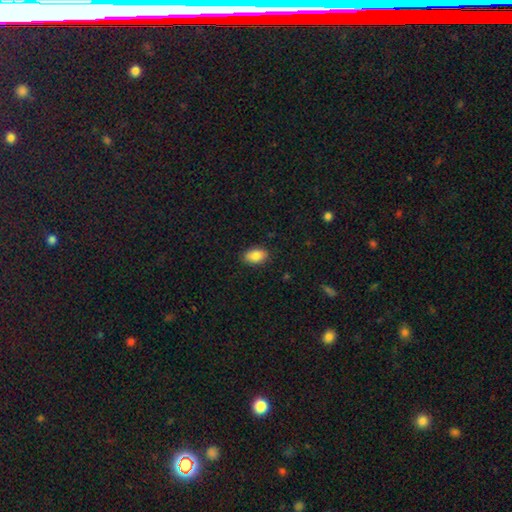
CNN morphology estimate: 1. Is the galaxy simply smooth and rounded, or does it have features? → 86% smooth, 8% star or artifact, 6% featured or disk.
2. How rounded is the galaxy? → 90% in between, 8% round, 2% cigar-shaped.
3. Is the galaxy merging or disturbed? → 87% none, 9% minor disturbance, 2% major disturbance, 1% merger.